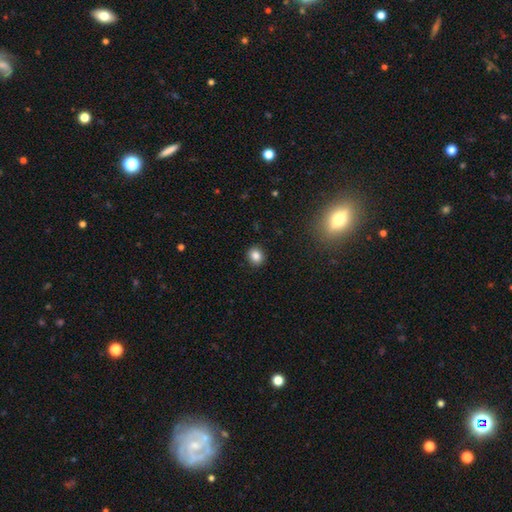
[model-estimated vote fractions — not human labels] Overall: smooth (84%). How rounded: round (76%). Merging: none (91%).